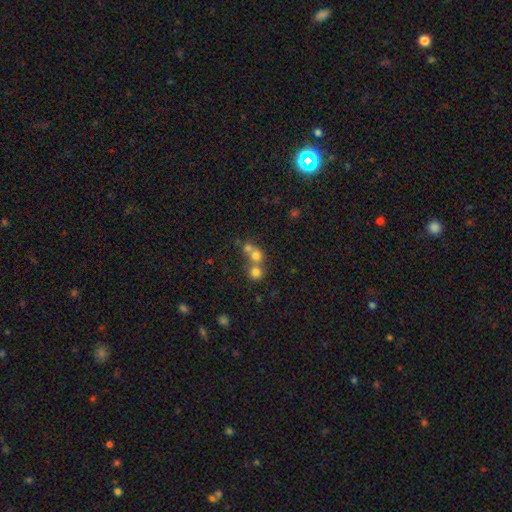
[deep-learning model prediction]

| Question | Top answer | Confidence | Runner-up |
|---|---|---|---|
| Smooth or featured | smooth | 71% | star or artifact (15%) |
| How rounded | round | 85% | in between (14%) |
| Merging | merger | 54% | none (37%) |